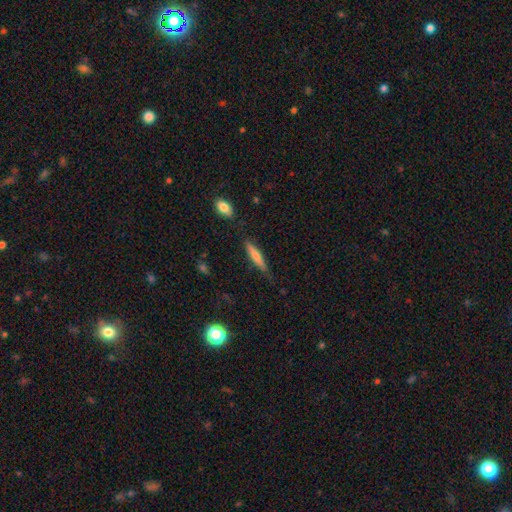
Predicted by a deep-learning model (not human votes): Smooth or featured: smooth — 53% (featured or disk — 39%)
How rounded: cigar-shaped — 88% (in between — 10%)
Merging: none — 80% (minor disturbance — 14%)